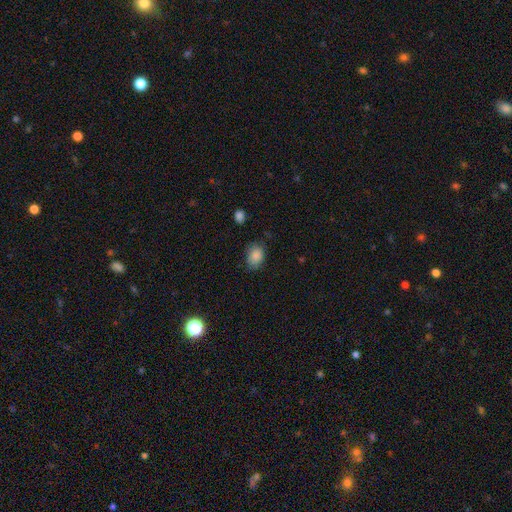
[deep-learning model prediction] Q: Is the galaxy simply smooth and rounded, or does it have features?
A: smooth — 86%.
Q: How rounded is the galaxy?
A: in between — 69%.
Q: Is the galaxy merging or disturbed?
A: none — 74%.